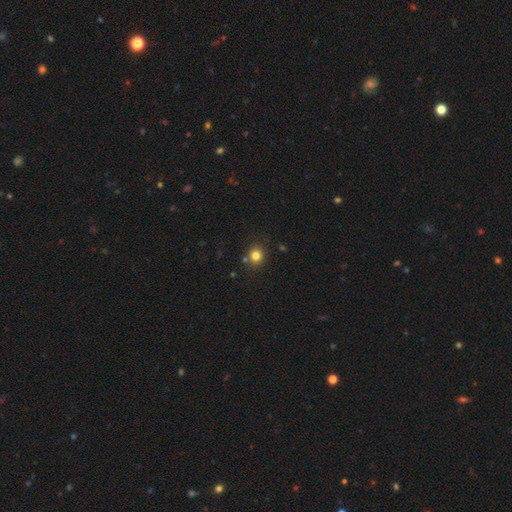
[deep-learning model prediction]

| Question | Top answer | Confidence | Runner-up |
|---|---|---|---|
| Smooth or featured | smooth | 80% | star or artifact (14%) |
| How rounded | round | 85% | in between (15%) |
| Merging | none | 82% | minor disturbance (9%) |